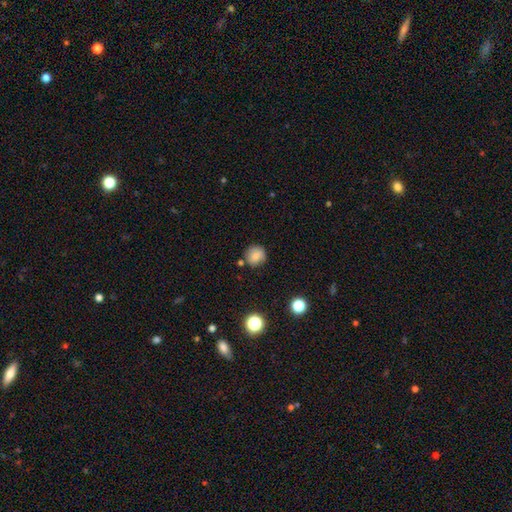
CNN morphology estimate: Smooth or featured? Predicted: smooth (p=0.80). How rounded? Predicted: round (p=0.88). Merging? Predicted: none (p=0.78).